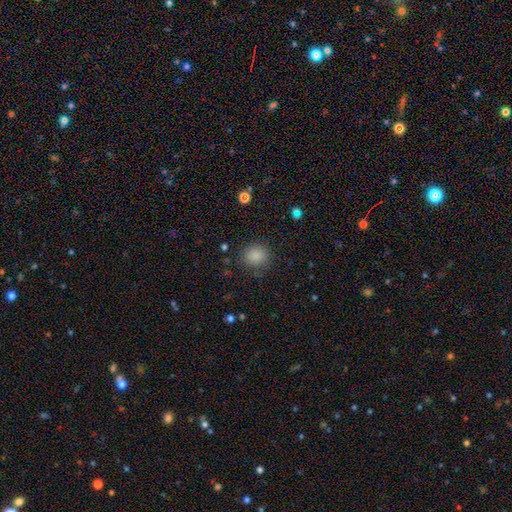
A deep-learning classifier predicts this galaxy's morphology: smooth_or_featured: smooth (p=0.84) [alt: star or artifact p=0.12]
how_rounded: round (p=0.84) [alt: in between p=0.15]
merging: none (p=0.84) [alt: minor disturbance p=0.11]